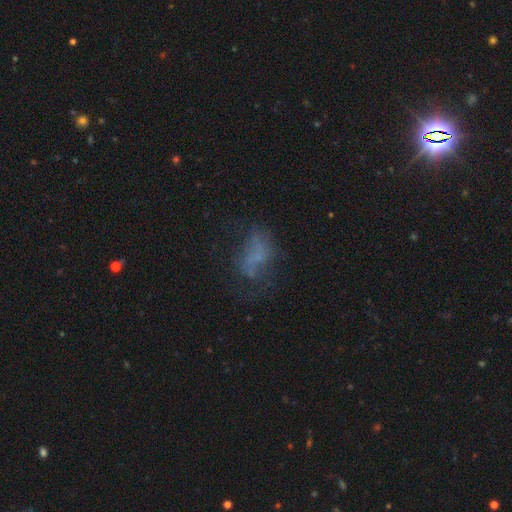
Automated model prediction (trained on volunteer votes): smooth-or-featured: smooth: 41% | featured or disk: 38% | star or artifact: 21%
  merging: none: 40% | major disturbance: 32% | minor disturbance: 22% | merger: 6%